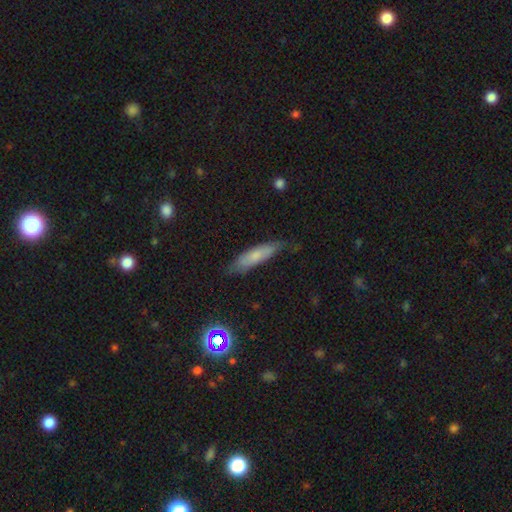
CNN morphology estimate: Smooth or featured? smooth (65%)
How rounded? cigar-shaped (70%)
Merging? none (67%)